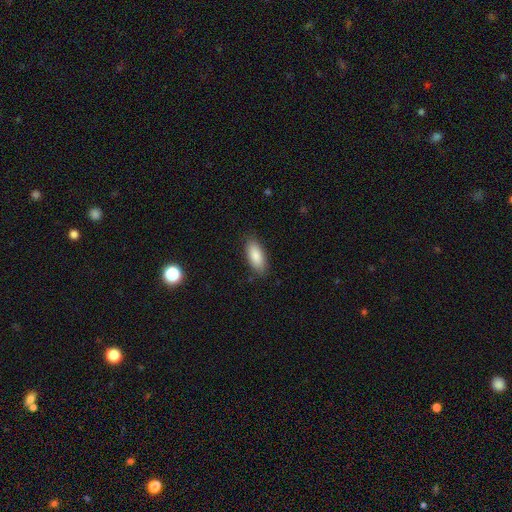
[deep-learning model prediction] A smooth galaxy with no disk features (86%) that is in between round and cigar-shaped (84%).

Vote fractions:
- Smooth or featured? smooth: 86% / featured or disk: 7% / star or artifact: 6%
- How rounded? in between: 84% / cigar-shaped: 14% / round: 2%
- Merging? none: 86% / minor disturbance: 11% / major disturbance: 2% / merger: 1%